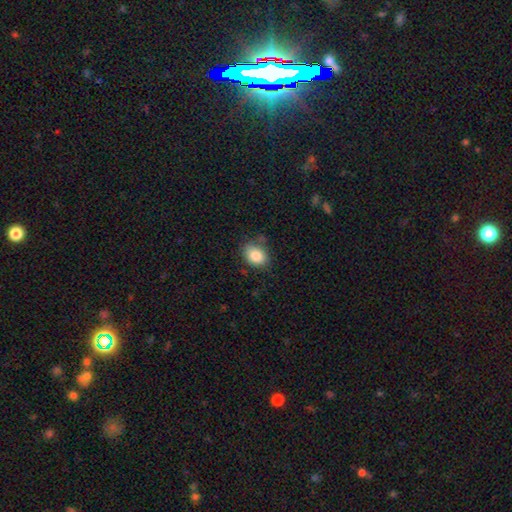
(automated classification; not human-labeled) Smooth or featured? Predicted: smooth (p=0.85). How rounded? Predicted: in between (p=0.69). Merging? Predicted: none (p=0.75).